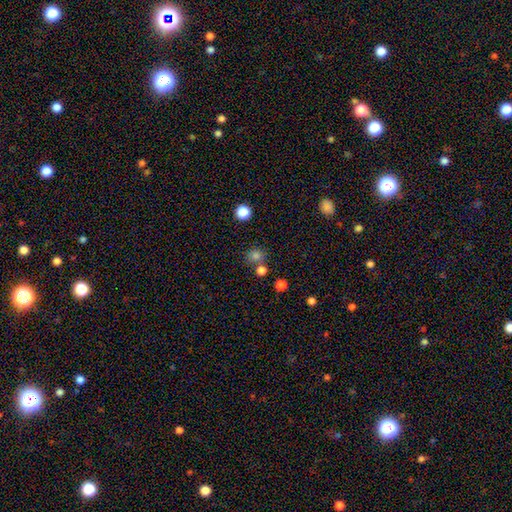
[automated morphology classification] Smooth or featured: smooth — 76% (star or artifact — 18%)
How rounded: round — 87% (in between — 12%)
Merging: none — 69% (merger — 19%)